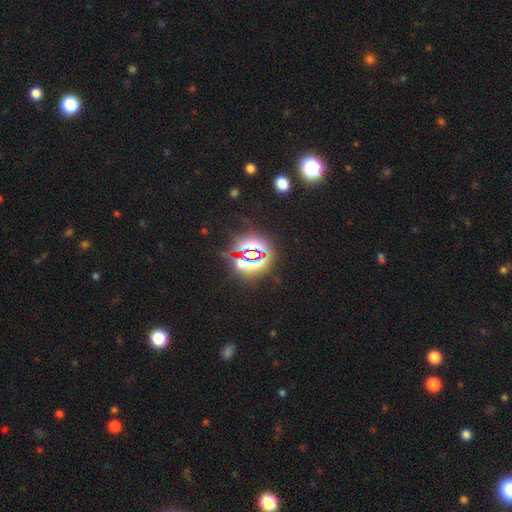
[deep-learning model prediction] The model was most divided on "smooth or featured": star or artifact: 80%, smooth: 12%, featured or disk: 7%.